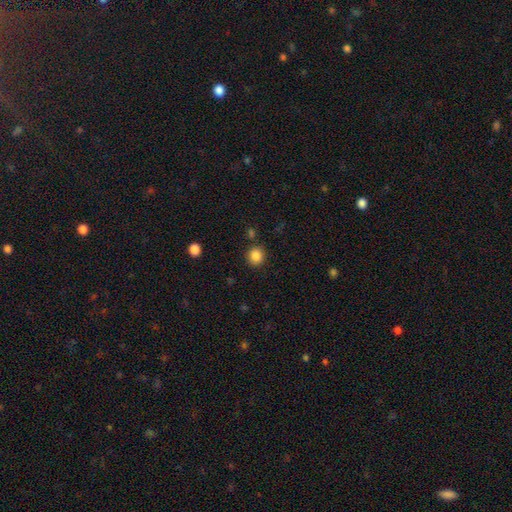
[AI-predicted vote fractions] A smooth galaxy with no disk features (86%) that is round (83%). Merging: none (86%).